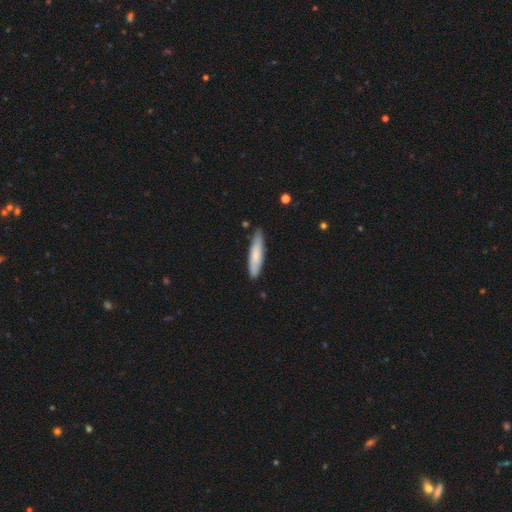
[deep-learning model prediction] A smooth galaxy with no disk features (76%) that is cigar-shaped (83%).

Vote fractions:
- Smooth or featured? smooth: 76% / featured or disk: 18% / star or artifact: 5%
- How rounded? cigar-shaped: 83% / in between: 15% / round: 1%
- Merging? none: 83% / minor disturbance: 13% / major disturbance: 2% / merger: 2%